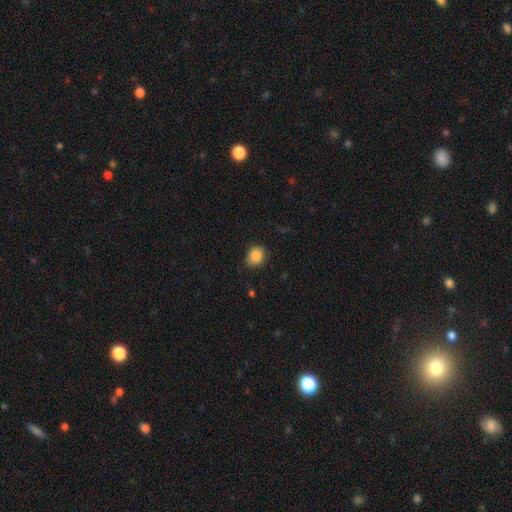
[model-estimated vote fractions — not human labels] The model was most divided on "how rounded": round: 56%, in between: 43%, cigar-shaped: 1%. More confident: smooth or featured — smooth (88%); merging — none (80%).